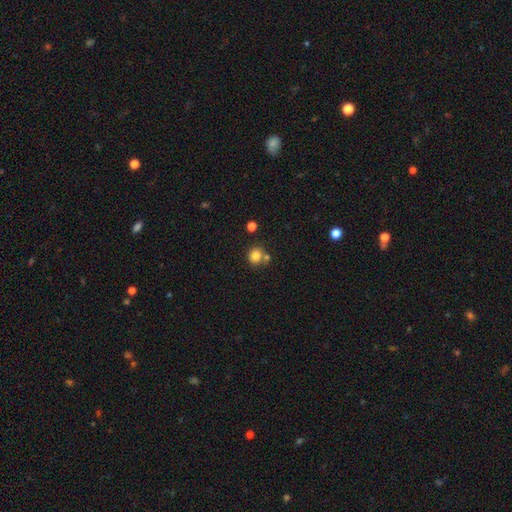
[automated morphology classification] Overall: smooth (82%). How rounded: round (85%). Merging: none (65%).